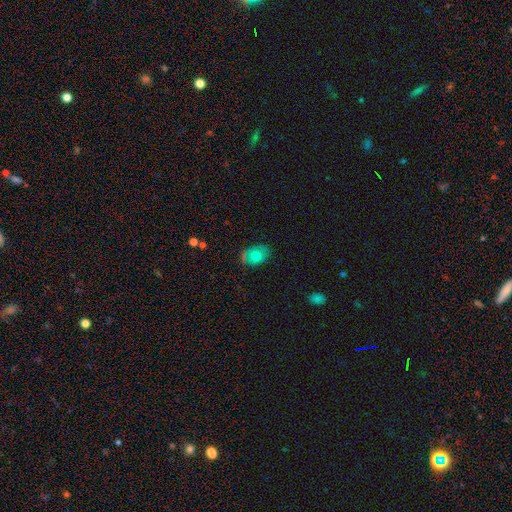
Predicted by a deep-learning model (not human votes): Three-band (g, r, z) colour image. It shows a smooth galaxy with no disk features (64%) that is in between round and cigar-shaped (73%). Merging: none (66%).